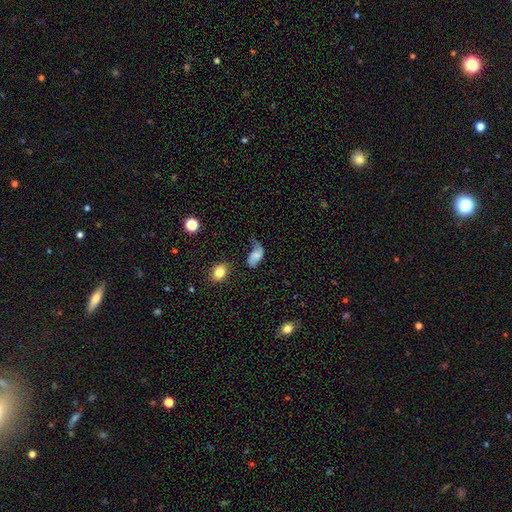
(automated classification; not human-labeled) Overall: smooth (50%; featured or disk 39%). How rounded: in between (89%). Merging: minor disturbance (33%; none 31%).